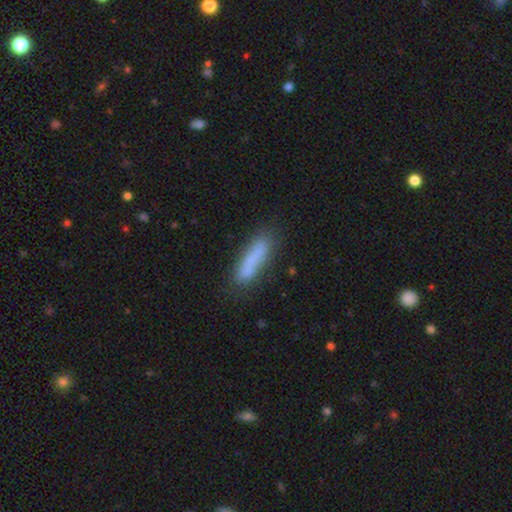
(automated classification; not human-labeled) The model was most divided on "merging": none: 74%, minor disturbance: 17%, major disturbance: 5%, merger: 4%. More confident: how rounded — cigar-shaped (83%); smooth or featured — smooth (75%).